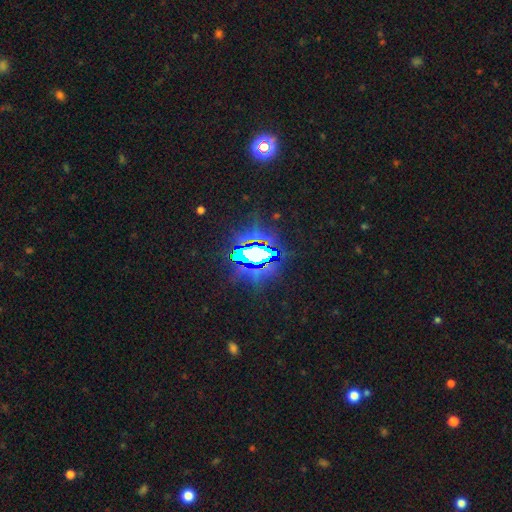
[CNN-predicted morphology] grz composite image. It shows a star or artifact, not a galaxy (75%).